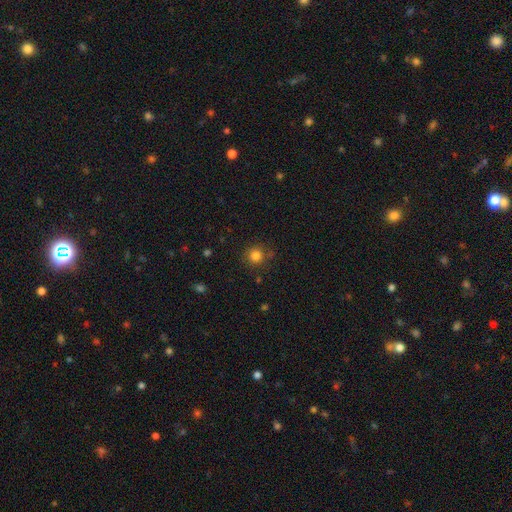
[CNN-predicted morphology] This appears to be a smooth galaxy with no disk features (82%) that is round (93%). Merging: none (85%).